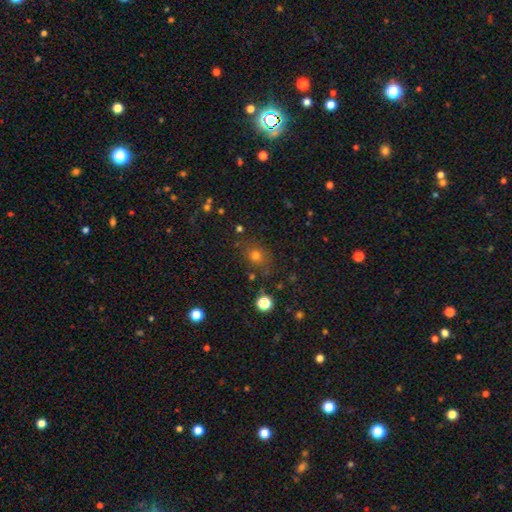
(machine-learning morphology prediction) Smooth or featured? Predicted: smooth (p=0.71). How rounded? Predicted: round (p=0.64). Merging? Predicted: none (p=0.75).